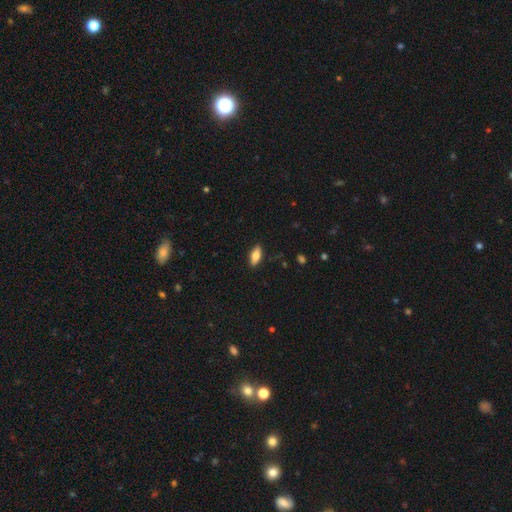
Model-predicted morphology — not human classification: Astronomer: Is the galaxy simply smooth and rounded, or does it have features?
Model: smooth — 72%.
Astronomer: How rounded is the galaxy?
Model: in between — 78%.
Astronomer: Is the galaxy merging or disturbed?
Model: none — 88%.